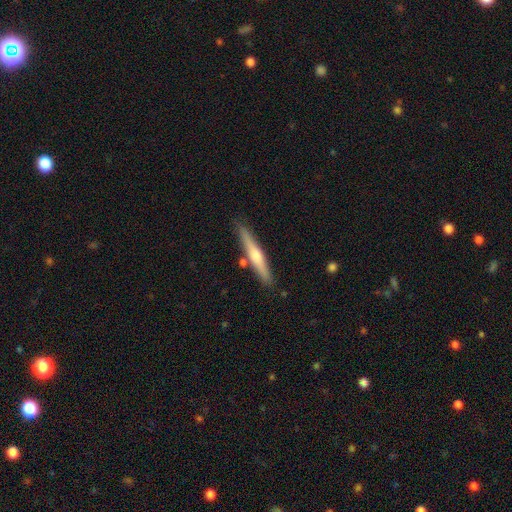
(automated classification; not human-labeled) Smooth or featured? featured or disk (52%)
Edge-on disk? yes (97%)
Edge-on bulge? rounded (77%)
Merging? none (84%)